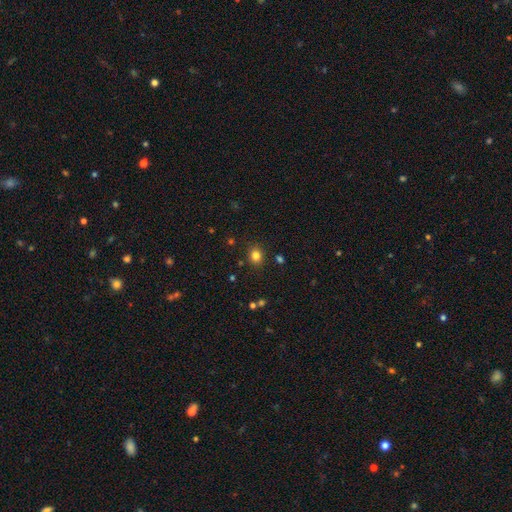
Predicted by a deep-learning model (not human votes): A smooth galaxy with no disk features (81%) that is round (70%).

Vote fractions:
- Smooth or featured? smooth: 81% / star or artifact: 14% / featured or disk: 6%
- How rounded? round: 70% / in between: 29% / cigar-shaped: 1%
- Merging? none: 86% / minor disturbance: 9% / major disturbance: 3% / merger: 2%